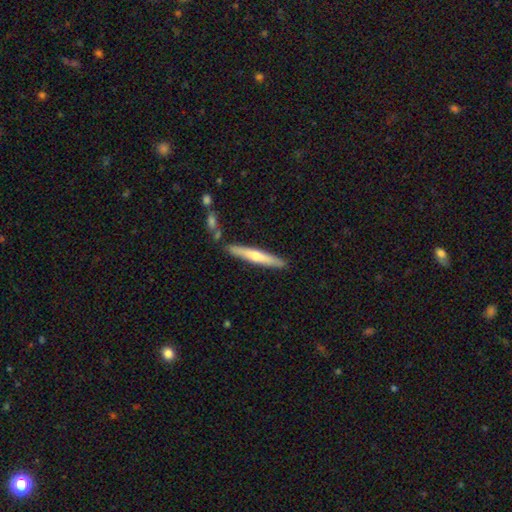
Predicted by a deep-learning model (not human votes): featured or disk 49%, smooth 45%, star or artifact 6%. Down the decision tree: merging — none (86%).